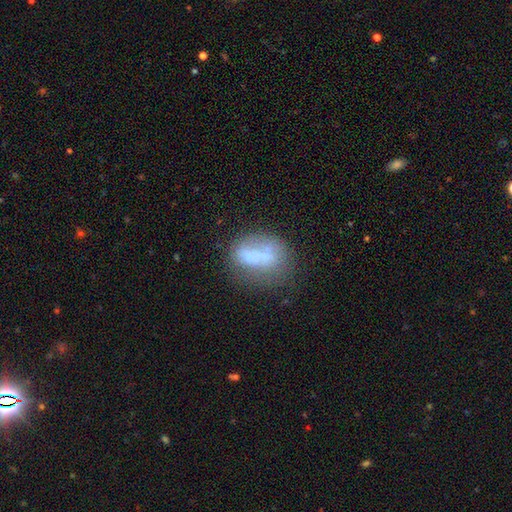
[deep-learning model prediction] This appears to be a smooth galaxy with no disk features (56%) that is in between round and cigar-shaped (72%). Merging: none (39%).